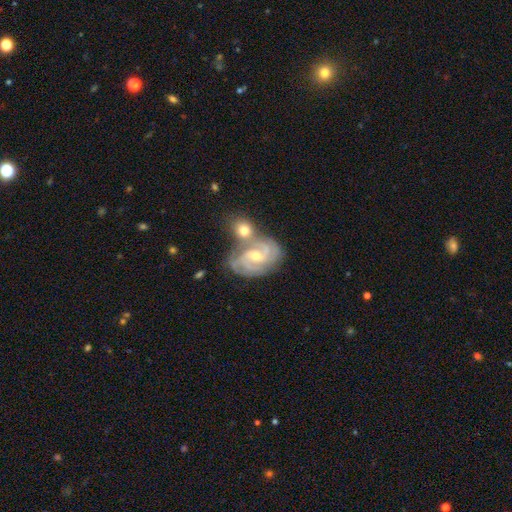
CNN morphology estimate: Smooth or featured: featured or disk — 86% (smooth — 8%)
Edge-on disk: no — 97% (yes — 3%)
Bar: weak — 46% (no — 42%)
Spiral arms: yes — 97% (no — 3%)
Spiral winding: tight — 55% (medium — 37%)
Spiral arm count: 3 — 37% (2 — 27%)
Bulge size: moderate — 55% (small — 42%)
Merging: none — 46% (merger — 34%)